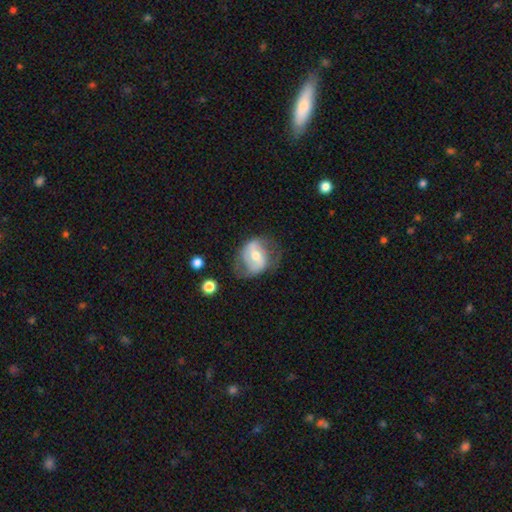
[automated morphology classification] Q: Smooth or featured?
A: featured or disk (66%); runner-up: smooth (27%)
Q: Edge-on disk?
A: no (96%); runner-up: yes (4%)
Q: Bar?
A: weak (41%); runner-up: strong (34%)
Q: Spiral arms?
A: yes (74%); runner-up: no (26%)
Q: Bulge size?
A: moderate (64%); runner-up: small (28%)
Q: Merging?
A: none (55%); runner-up: minor disturbance (27%)